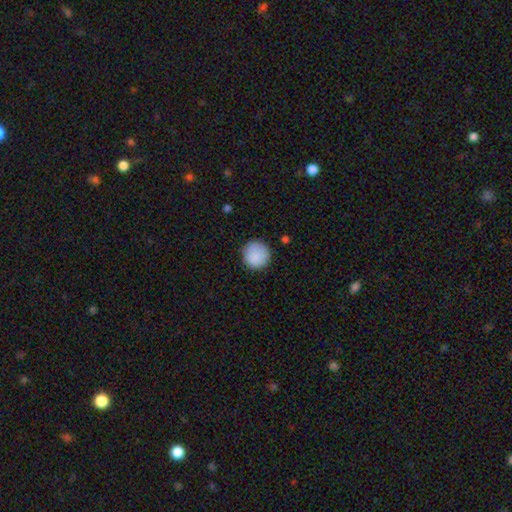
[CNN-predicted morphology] smooth_or_featured: smooth (p=0.89) [alt: star or artifact p=0.07]
how_rounded: round (p=0.95) [alt: in between p=0.04]
merging: none (p=0.88) [alt: minor disturbance p=0.09]